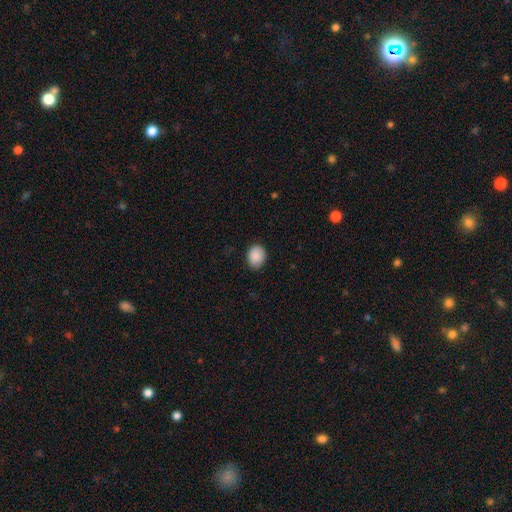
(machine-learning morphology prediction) Smooth or featured: smooth — 89% (star or artifact — 7%)
How rounded: in between — 51% (round — 48%)
Merging: none — 83% (minor disturbance — 13%)